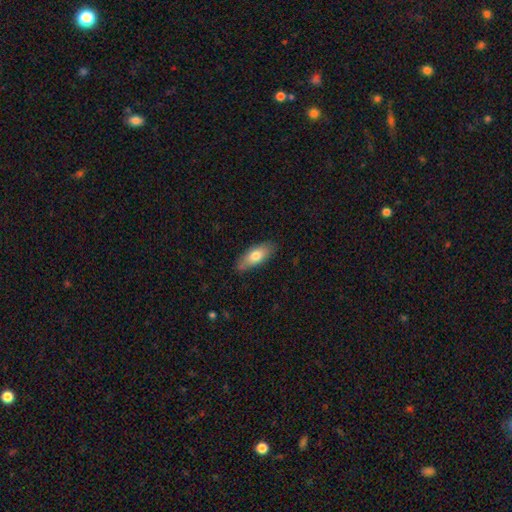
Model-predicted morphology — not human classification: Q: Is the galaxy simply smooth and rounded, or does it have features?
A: smooth — 73%.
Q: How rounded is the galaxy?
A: in between — 75%.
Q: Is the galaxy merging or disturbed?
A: none — 81%.